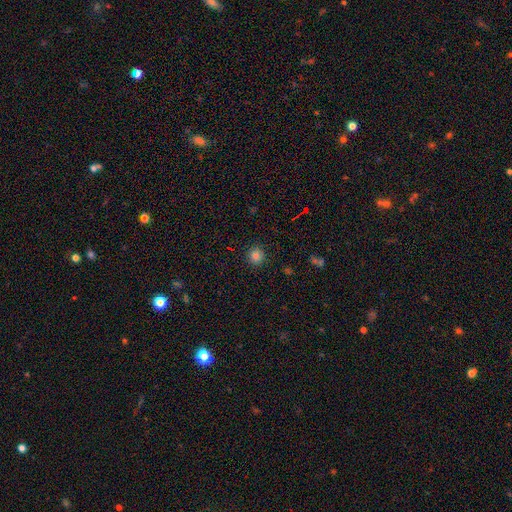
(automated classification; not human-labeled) This is clearly a smooth galaxy (81%). How rounded: clearly round (91%). Merging: clearly none (91%).